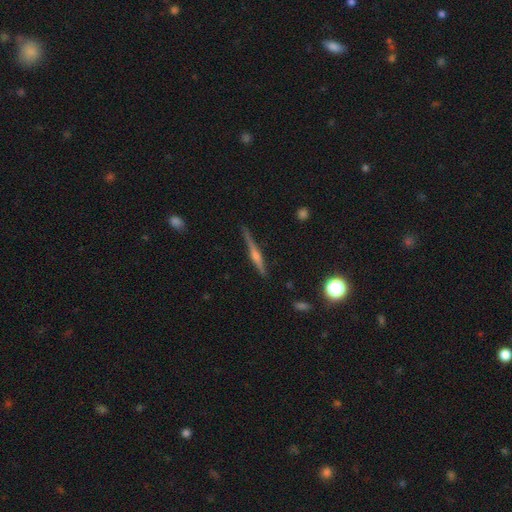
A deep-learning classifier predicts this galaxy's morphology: Q: Smooth or featured?
A: featured or disk (74%); runner-up: smooth (18%)
Q: Edge-on disk?
A: yes (98%); runner-up: no (2%)
Q: Edge-on bulge?
A: rounded (80%); runner-up: boxy (12%)
Q: Merging?
A: none (88%); runner-up: minor disturbance (9%)